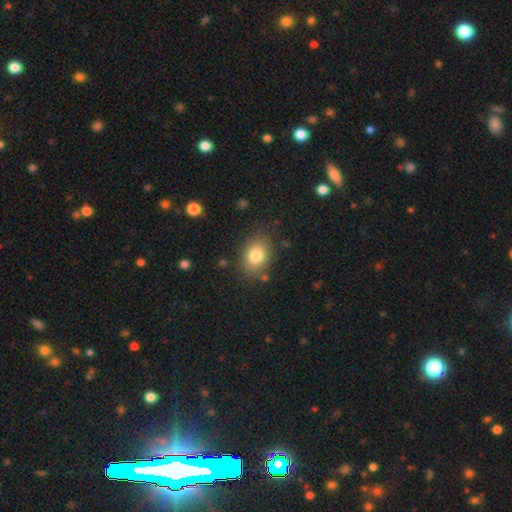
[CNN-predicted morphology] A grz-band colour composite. It shows a smooth galaxy with no disk features (80%) that is in between round and cigar-shaped (65%). Merging: none (81%).